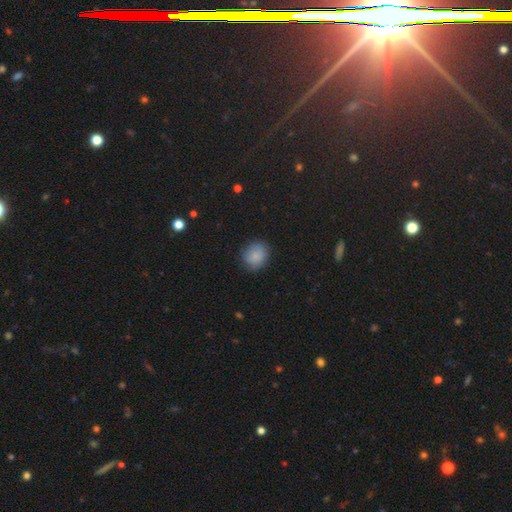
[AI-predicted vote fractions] Smooth or featured?
  - smooth: 85% *
  - star or artifact: 9%
  - featured or disk: 7%
How rounded?
  - round: 76% *
  - in between: 23%
  - cigar-shaped: 1%
Merging?
  - none: 81% *
  - minor disturbance: 14%
  - major disturbance: 3%
  - merger: 1%